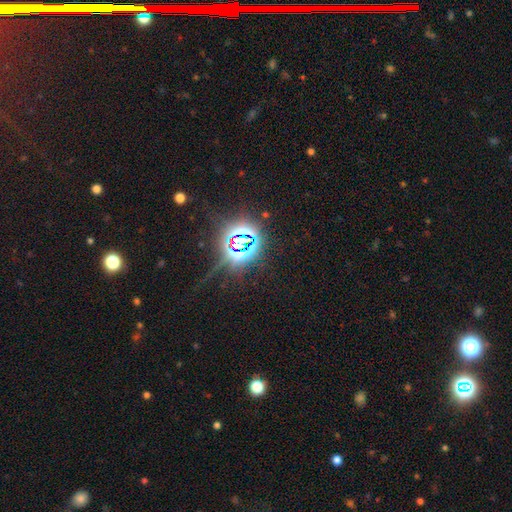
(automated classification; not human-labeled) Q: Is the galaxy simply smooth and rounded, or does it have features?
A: star or artifact — 84%.